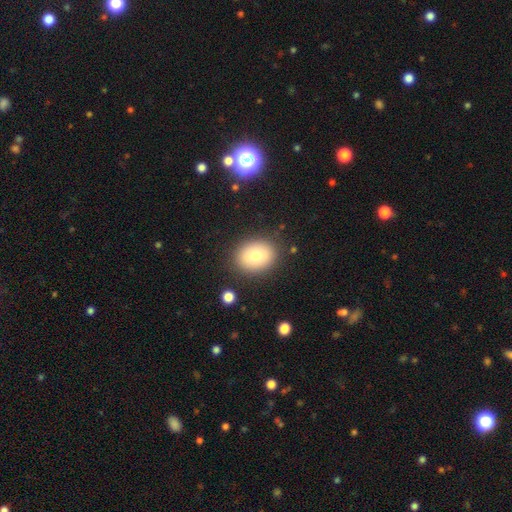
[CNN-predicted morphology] smooth 79%, featured or disk 12%, star or artifact 9%. Down the decision tree: how rounded — in between (53%); merging — none (85%).